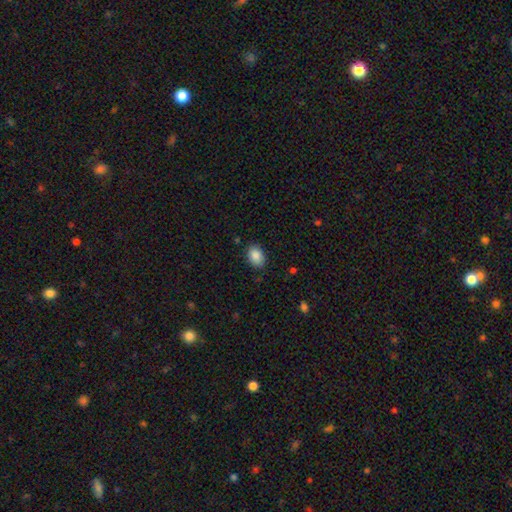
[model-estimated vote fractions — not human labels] A smooth galaxy with no disk features (88%) that is in between round and cigar-shaped (78%). Merging: none (84%).